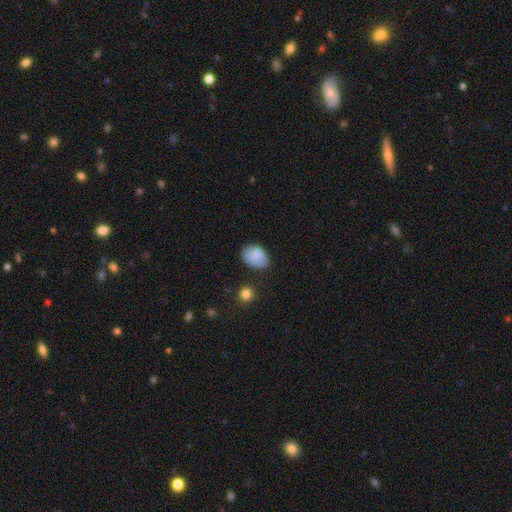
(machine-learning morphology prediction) Smooth or featured? Predicted: smooth (p=0.84). How rounded? Predicted: in between (p=0.81). Merging? Predicted: none (p=0.72).